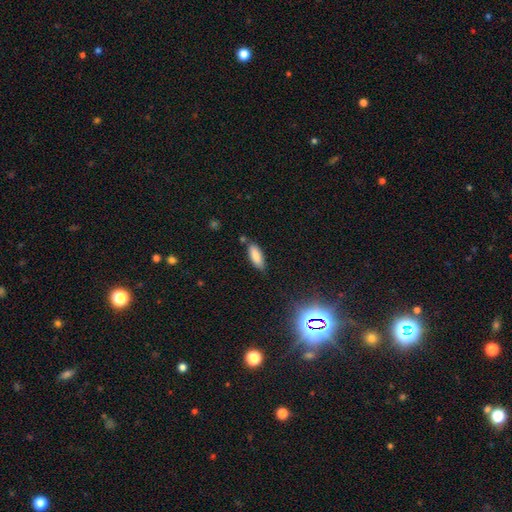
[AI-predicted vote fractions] The model was most divided on "how rounded": in between: 72%, cigar-shaped: 27%, round: 2%. More confident: smooth or featured — smooth (83%); merging — none (74%).